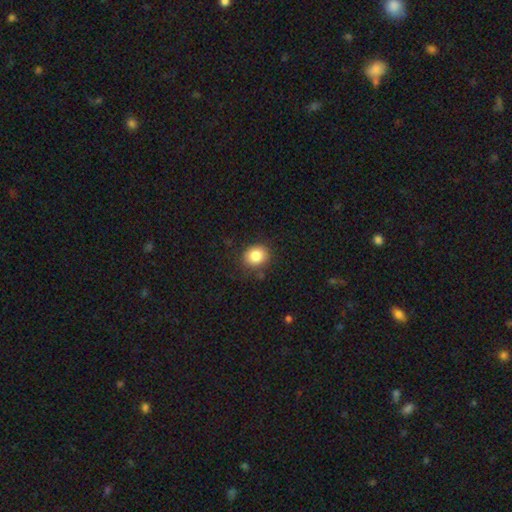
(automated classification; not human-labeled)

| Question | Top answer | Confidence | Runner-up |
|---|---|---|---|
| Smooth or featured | smooth | 84% | star or artifact (10%) |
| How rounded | round | 71% | in between (28%) |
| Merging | none | 85% | minor disturbance (11%) |